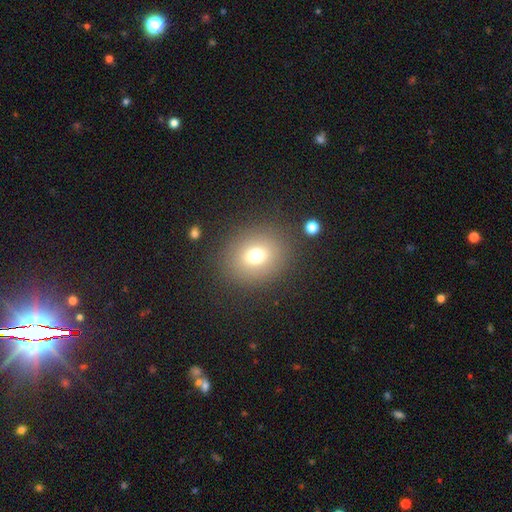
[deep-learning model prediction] Smooth or featured? Predicted: smooth (p=0.71). How rounded? Predicted: round (p=0.66). Merging? Predicted: none (p=0.84).